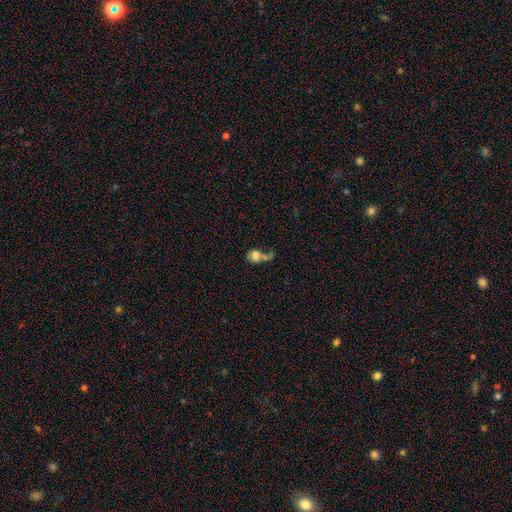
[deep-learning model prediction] This is likely a smooth galaxy (68%). How rounded: possibly round (58%). Merging: marginally merger (39%).